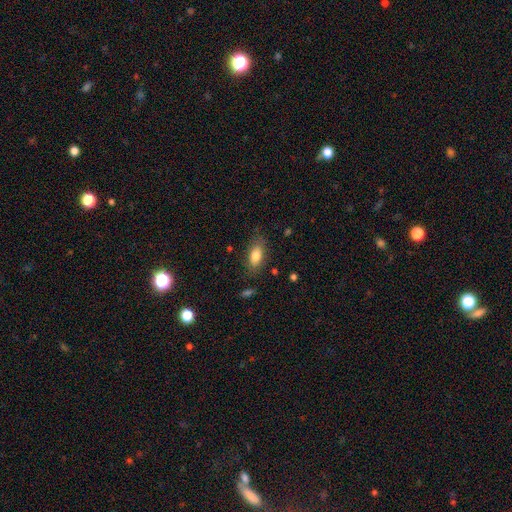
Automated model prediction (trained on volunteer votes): smooth_or_featured: smooth (p=0.80) [alt: featured or disk p=0.13]
how_rounded: in between (p=0.85) [alt: cigar-shaped p=0.11]
merging: none (p=0.76) [alt: minor disturbance p=0.17]